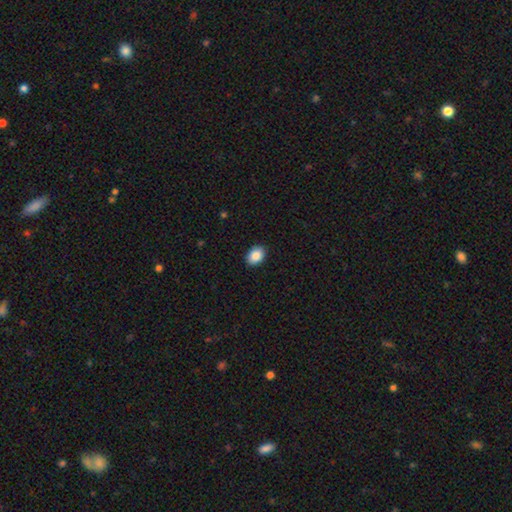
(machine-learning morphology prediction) smooth_or_featured: smooth (p=0.88) [alt: star or artifact p=0.07]
how_rounded: in between (p=0.78) [alt: round p=0.21]
merging: none (p=0.90) [alt: minor disturbance p=0.07]